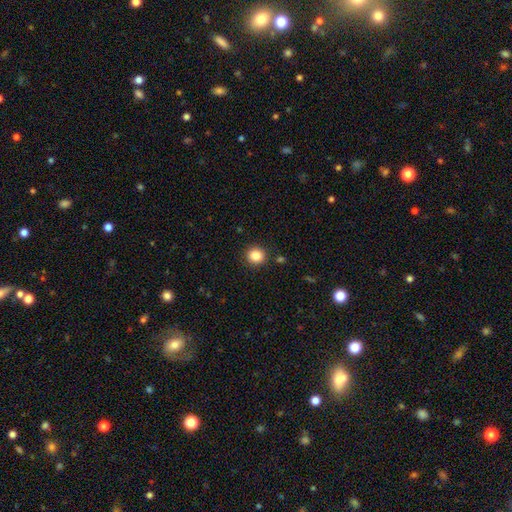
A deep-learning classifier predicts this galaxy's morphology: Q: Smooth or featured?
A: smooth (86%); runner-up: star or artifact (10%)
Q: How rounded?
A: round (88%); runner-up: in between (11%)
Q: Merging?
A: none (89%); runner-up: minor disturbance (7%)